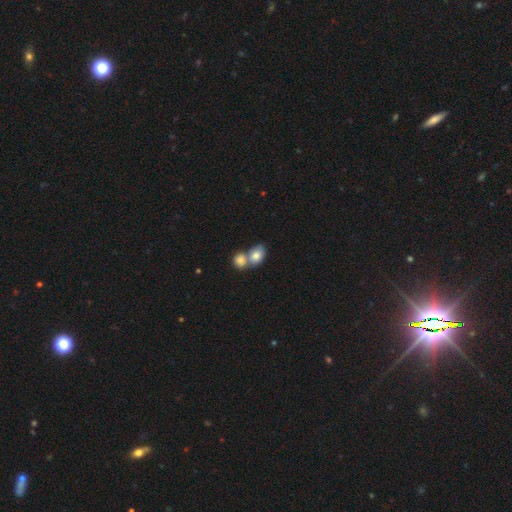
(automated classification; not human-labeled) Smooth or featured? smooth (81%)
How rounded? in between (71%)
Merging? merger (62%)